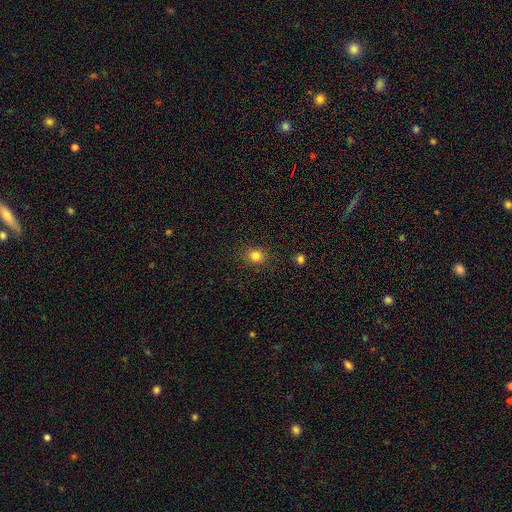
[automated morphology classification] smooth-or-featured: smooth: 82% | star or artifact: 13% | featured or disk: 5%
  how-rounded: round: 82% | in between: 17% | cigar-shaped: 1%
  merging: none: 87% | minor disturbance: 8% | major disturbance: 3% | merger: 2%